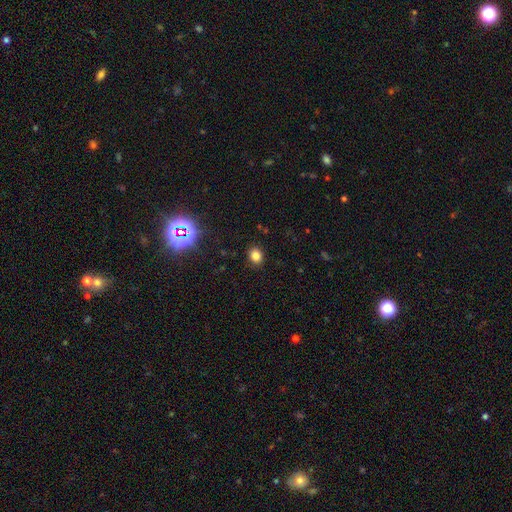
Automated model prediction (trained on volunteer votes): Smooth or featured? smooth (80%)
How rounded? round (57%)
Merging? none (89%)